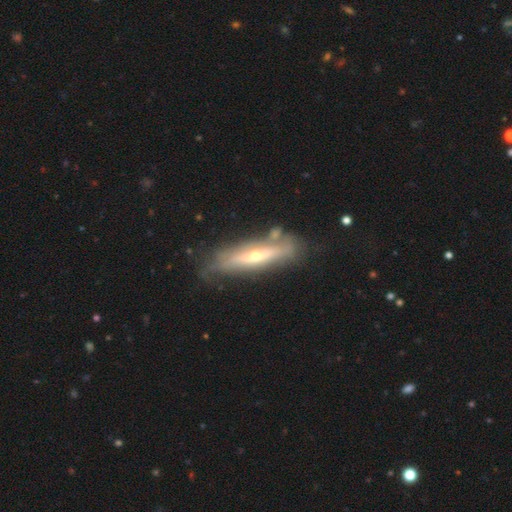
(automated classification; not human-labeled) smooth_or_featured: featured or disk (p=0.70) [alt: smooth p=0.24]
disk_edge_on: yes (p=0.70) [alt: no p=0.30]
merging: none (p=0.67) [alt: minor disturbance p=0.21]